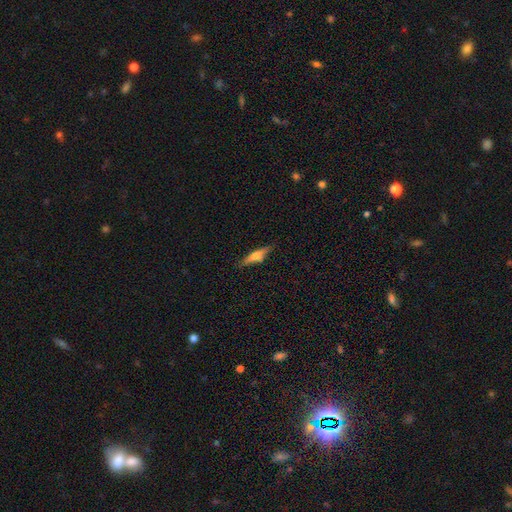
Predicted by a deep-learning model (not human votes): Smooth or featured: featured or disk — 54% (smooth — 39%)
Edge-on disk: yes — 94% (no — 6%)
Edge-on bulge: rounded — 89% (boxy — 7%)
Merging: none — 82% (minor disturbance — 14%)